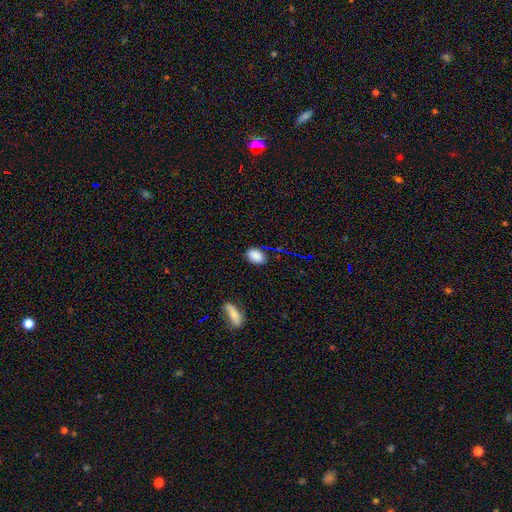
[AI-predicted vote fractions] Smooth or featured: smooth — 85% (star or artifact — 10%)
How rounded: in between — 86% (round — 13%)
Merging: none — 83% (minor disturbance — 13%)